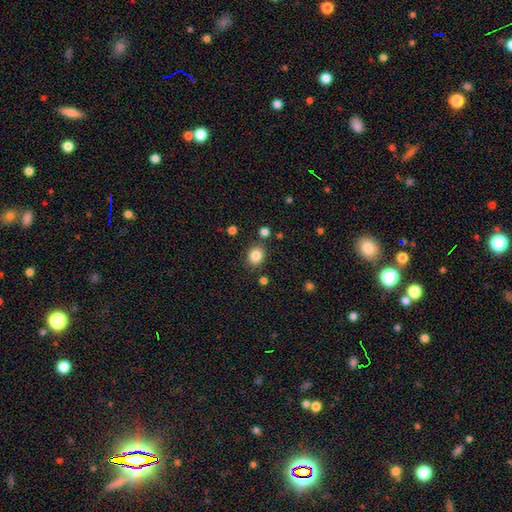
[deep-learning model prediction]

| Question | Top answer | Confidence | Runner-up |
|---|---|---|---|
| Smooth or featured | smooth | 84% | star or artifact (10%) |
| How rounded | round | 63% | in between (36%) |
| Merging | none | 82% | minor disturbance (10%) |